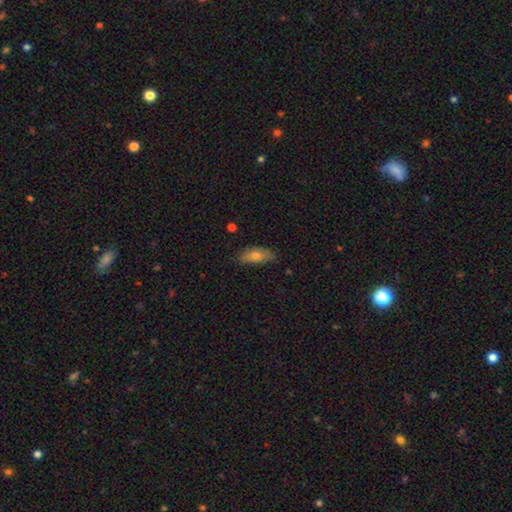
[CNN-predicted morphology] Q: Smooth or featured?
A: smooth (71%); runner-up: featured or disk (21%)
Q: How rounded?
A: in between (73%); runner-up: cigar-shaped (24%)
Q: Merging?
A: none (76%); runner-up: minor disturbance (20%)